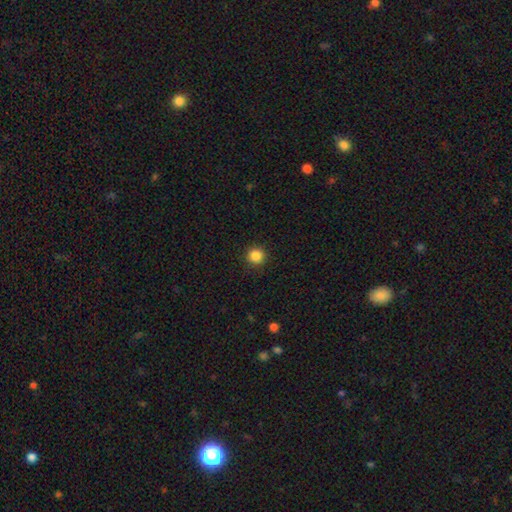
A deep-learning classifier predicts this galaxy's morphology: Smooth or featured? smooth (86%)
How rounded? round (93%)
Merging? none (92%)